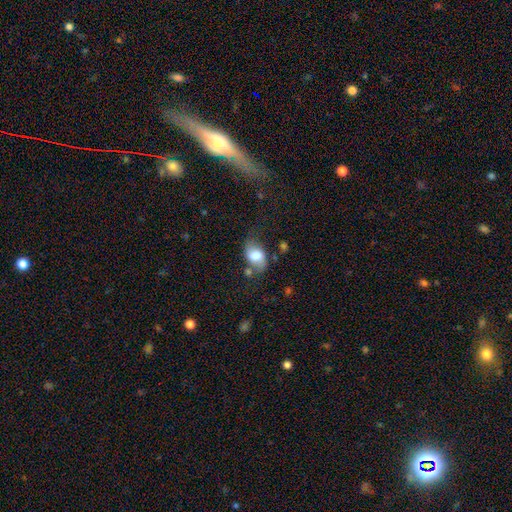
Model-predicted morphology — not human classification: Smooth or featured?
  - smooth: 63% *
  - featured or disk: 29%
  - star or artifact: 8%
How rounded?
  - in between: 82% *
  - round: 16%
  - cigar-shaped: 2%
Merging?
  - none: 49% *
  - minor disturbance: 29%
  - major disturbance: 14%
  - merger: 8%